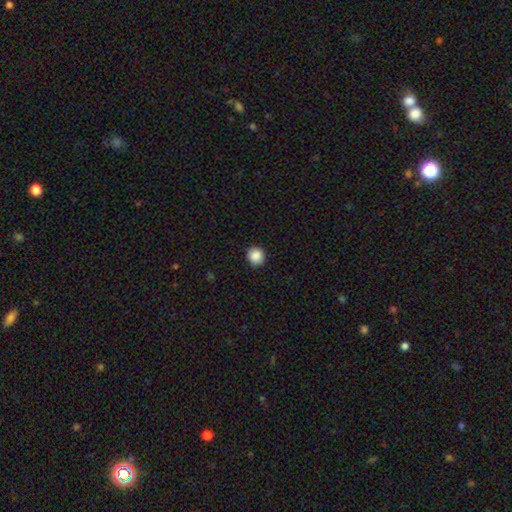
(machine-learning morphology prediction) smooth_or_featured: smooth (p=0.88) [alt: star or artifact p=0.09]
how_rounded: round (p=0.91) [alt: in between p=0.08]
merging: none (p=0.90) [alt: minor disturbance p=0.07]